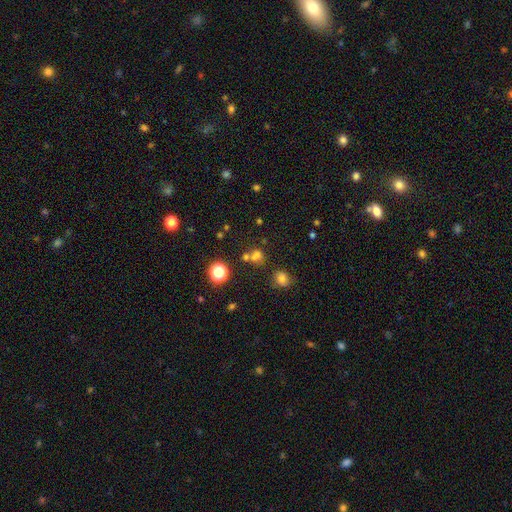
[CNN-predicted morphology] This is possibly a smooth galaxy (55%). How rounded: likely round (76%). Merging: possibly none (53%).